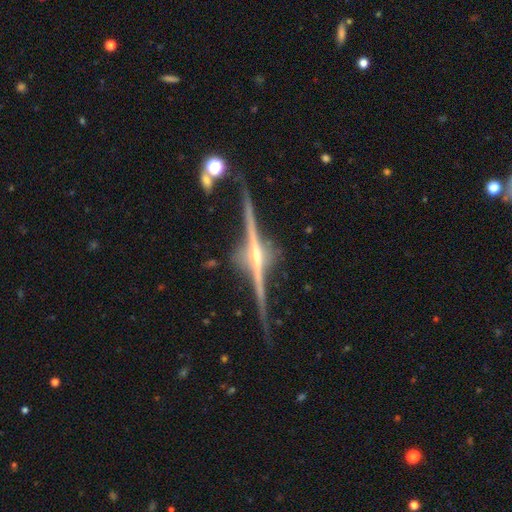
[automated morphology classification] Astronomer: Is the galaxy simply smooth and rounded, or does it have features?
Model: featured or disk — 90%.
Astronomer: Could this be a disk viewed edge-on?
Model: yes — 98%.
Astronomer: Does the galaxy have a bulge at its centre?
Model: rounded — 79%.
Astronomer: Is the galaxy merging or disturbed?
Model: none — 83%.